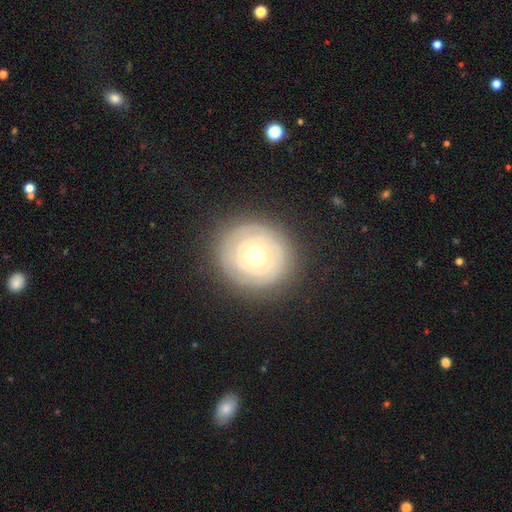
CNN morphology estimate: Smooth or featured: featured or disk — 61% (smooth — 32%)
Edge-on disk: no — 96% (yes — 4%)
Bar: no — 89% (weak — 9%)
Spiral arms: no — 53% (yes — 47%)
Bulge size: moderate — 68% (small — 24%)
Merging: none — 82% (minor disturbance — 12%)